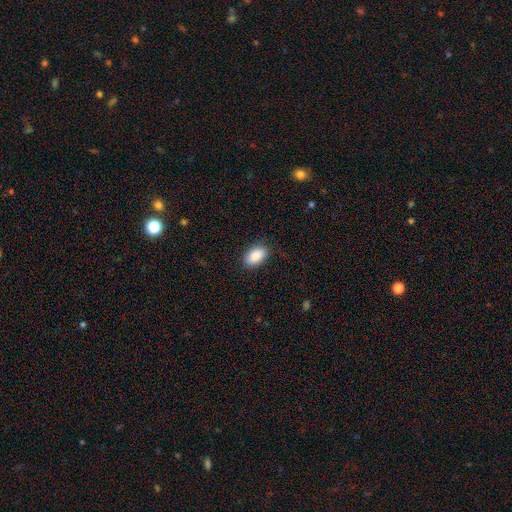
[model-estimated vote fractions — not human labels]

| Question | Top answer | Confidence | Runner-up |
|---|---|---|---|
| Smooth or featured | smooth | 88% | star or artifact (7%) |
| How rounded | in between | 93% | round (6%) |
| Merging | none | 85% | minor disturbance (11%) |